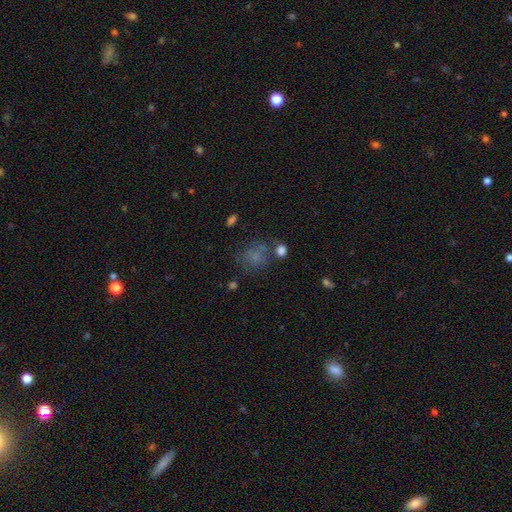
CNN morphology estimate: smooth_or_featured: smooth (p=0.63) [alt: star or artifact p=0.22]
how_rounded: round (p=0.70) [alt: in between p=0.29]
merging: none (p=0.59) [alt: minor disturbance p=0.17]